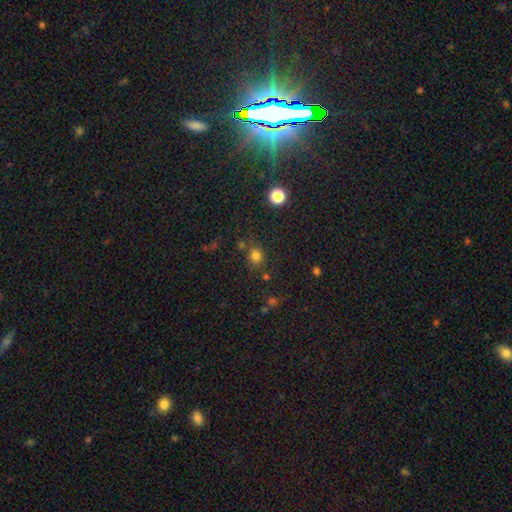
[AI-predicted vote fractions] A smooth galaxy with no disk features (77%) that is round (77%). Merging: none (75%).